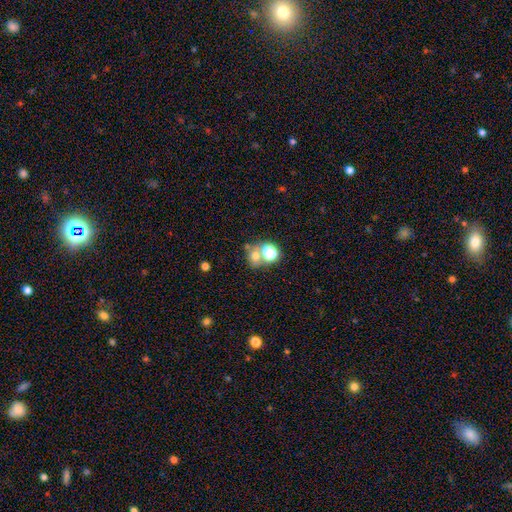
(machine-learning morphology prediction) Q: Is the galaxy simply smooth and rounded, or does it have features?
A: smooth — 66%.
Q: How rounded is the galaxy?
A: round — 72%.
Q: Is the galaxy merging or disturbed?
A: none — 44%.